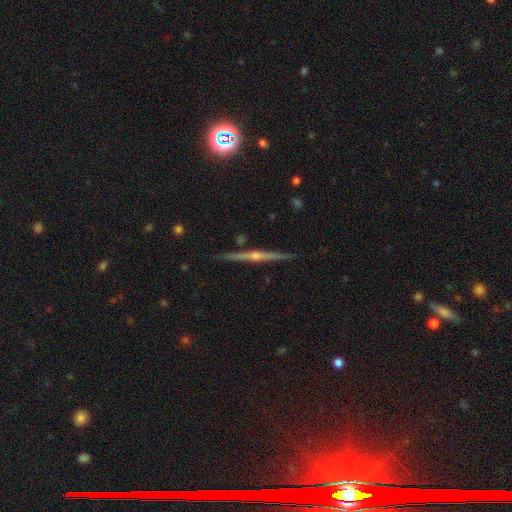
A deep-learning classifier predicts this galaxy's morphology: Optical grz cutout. It shows a featured or disk galaxy (81%) viewed edge-on (98%) with a rounded central bulge (83%). Merging: none (91%).